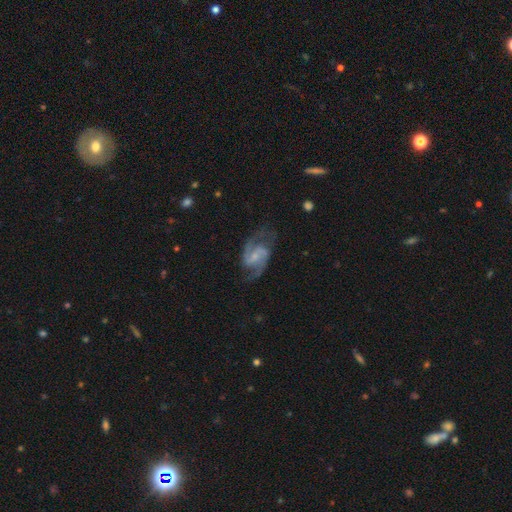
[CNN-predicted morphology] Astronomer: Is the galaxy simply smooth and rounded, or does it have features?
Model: featured or disk — 89%.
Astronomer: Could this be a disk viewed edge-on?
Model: no — 98%.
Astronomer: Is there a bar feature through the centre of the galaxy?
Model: weak — 53%.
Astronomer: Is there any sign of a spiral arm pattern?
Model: yes — 97%.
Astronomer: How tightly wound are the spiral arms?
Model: medium — 57%.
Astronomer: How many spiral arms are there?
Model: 2 — 91%.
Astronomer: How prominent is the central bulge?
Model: small — 56%.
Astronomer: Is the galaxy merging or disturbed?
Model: none — 71%.